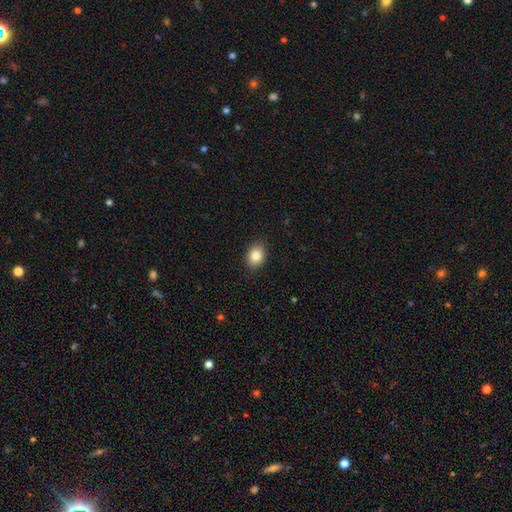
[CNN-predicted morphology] smooth_or_featured: smooth (p=0.85) [alt: star or artifact p=0.09]
how_rounded: in between (p=0.68) [alt: round p=0.31]
merging: none (p=0.89) [alt: minor disturbance p=0.08]